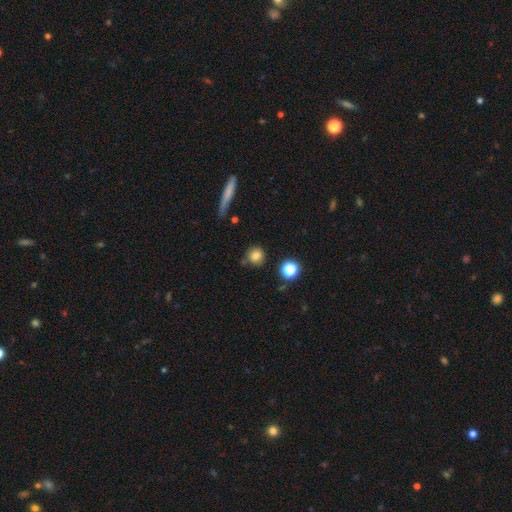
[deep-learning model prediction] Smooth or featured: smooth — 81% (star or artifact — 12%)
How rounded: round — 89% (in between — 9%)
Merging: none — 77% (minor disturbance — 13%)